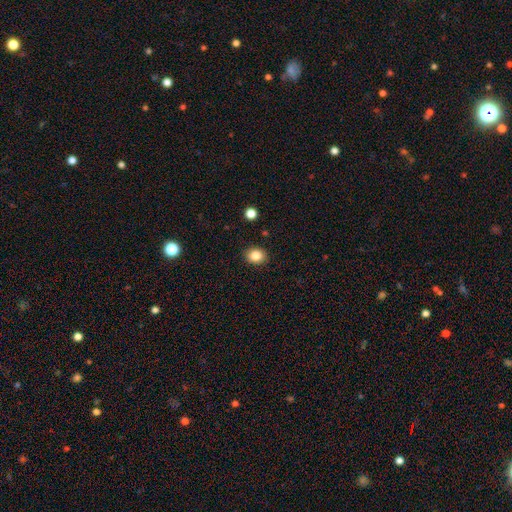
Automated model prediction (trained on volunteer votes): Morphology: type=smooth (84%); roundness=round (58%); merging=none (89%).